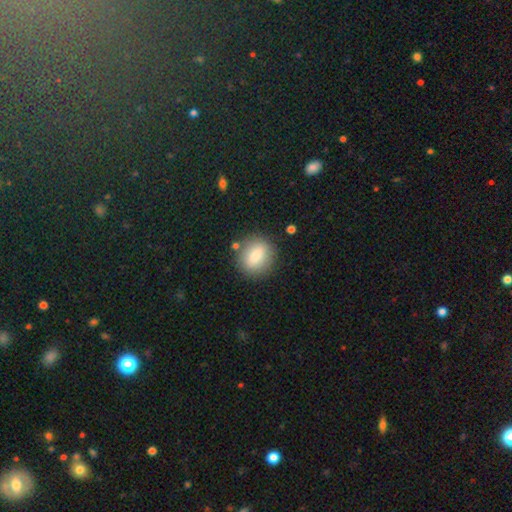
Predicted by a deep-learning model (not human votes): A smooth galaxy with no disk features (80%) that is round (66%). Merging: none (82%).